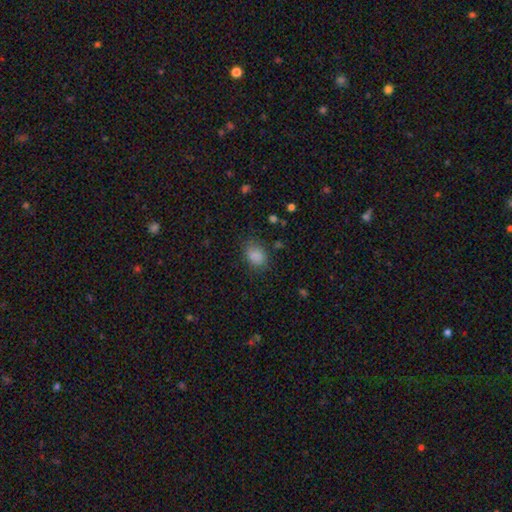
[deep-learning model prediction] Morphology: type=smooth (85%); roundness=in between (67%); merging=none (73%).